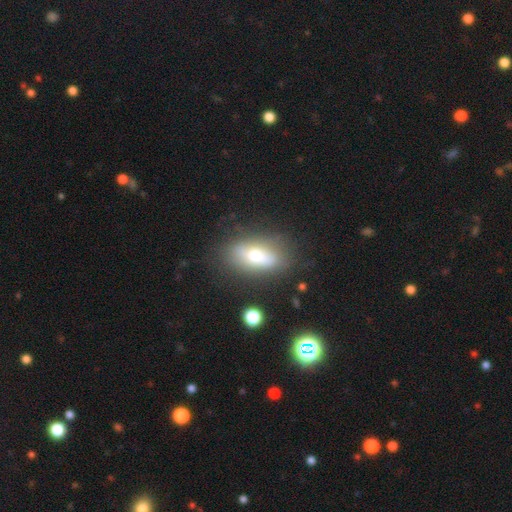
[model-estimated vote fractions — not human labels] Smooth or featured: smooth — 58% (featured or disk — 33%)
How rounded: in between — 80% (cigar-shaped — 14%)
Merging: none — 77% (minor disturbance — 15%)